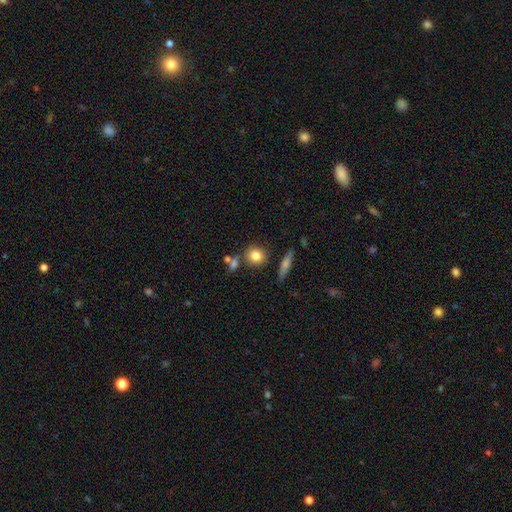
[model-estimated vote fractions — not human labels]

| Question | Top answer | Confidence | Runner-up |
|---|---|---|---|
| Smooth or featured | smooth | 80% | featured or disk (10%) |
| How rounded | round | 81% | in between (16%) |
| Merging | none | 75% | merger (11%) |